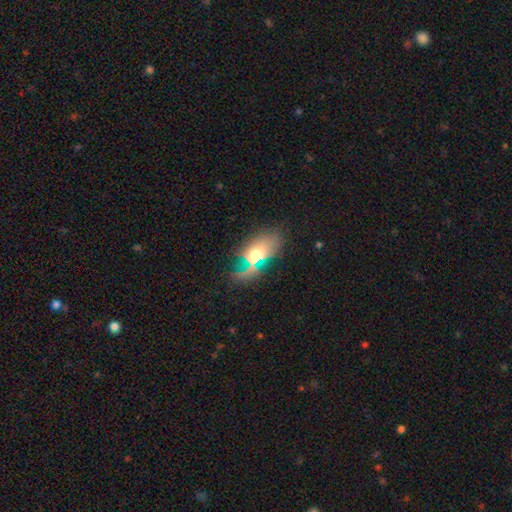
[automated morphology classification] This appears to be a smooth galaxy with no disk features (57%) that is in between round and cigar-shaped (84%). Merging: none (47%).